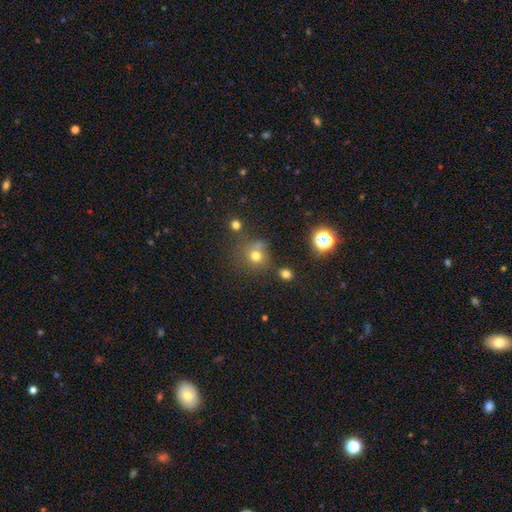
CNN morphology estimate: Smooth or featured?
  - smooth: 72% *
  - star or artifact: 19%
  - featured or disk: 9%
How rounded?
  - round: 87% *
  - in between: 12%
  - cigar-shaped: 1%
Merging?
  - none: 64% *
  - minor disturbance: 15%
  - merger: 14%
  - major disturbance: 7%